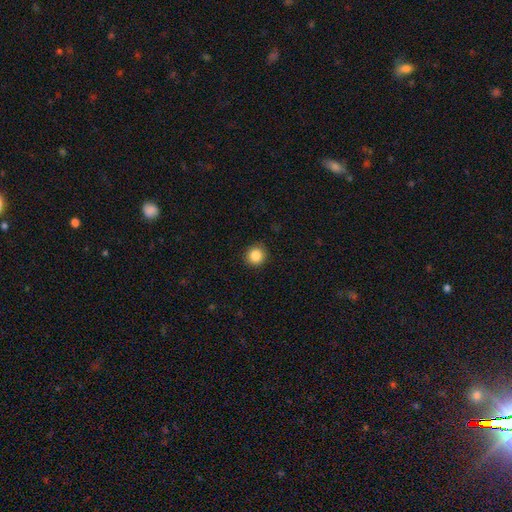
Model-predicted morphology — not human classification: Q: Smooth or featured?
A: smooth (86%); runner-up: star or artifact (10%)
Q: How rounded?
A: round (93%); runner-up: in between (6%)
Q: Merging?
A: none (91%); runner-up: minor disturbance (6%)